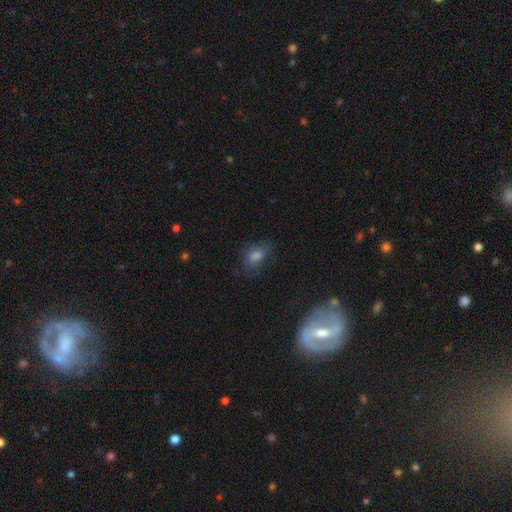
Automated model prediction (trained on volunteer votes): Smooth or featured? smooth (64%)
How rounded? in between (74%)
Merging? none (65%)